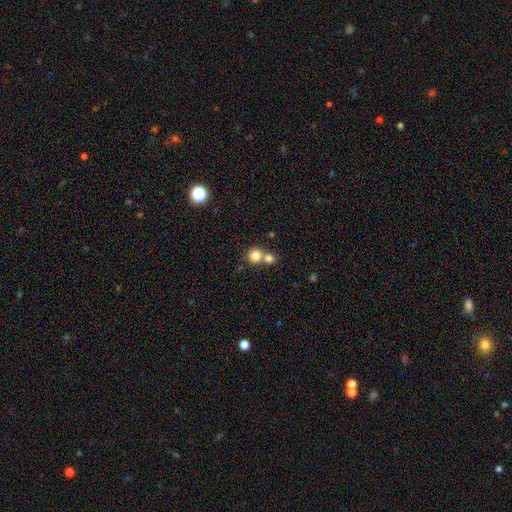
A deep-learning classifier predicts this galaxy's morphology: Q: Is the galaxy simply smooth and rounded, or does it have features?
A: smooth — 81%.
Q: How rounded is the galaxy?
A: round — 89%.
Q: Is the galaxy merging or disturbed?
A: merger — 47%.